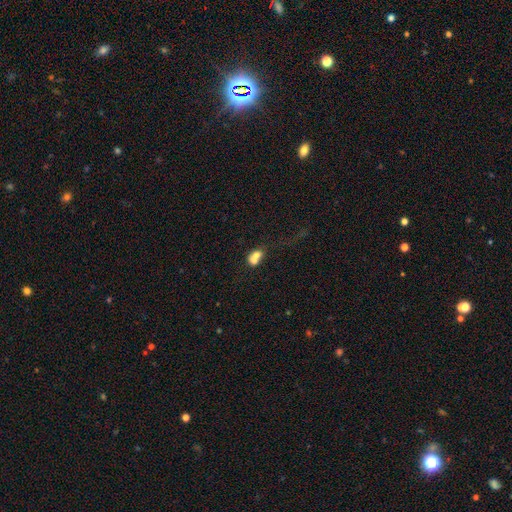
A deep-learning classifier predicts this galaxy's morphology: This appears to be a smooth galaxy with no disk features (64%) that is in between round and cigar-shaped (55%). Merging: merger (66%).